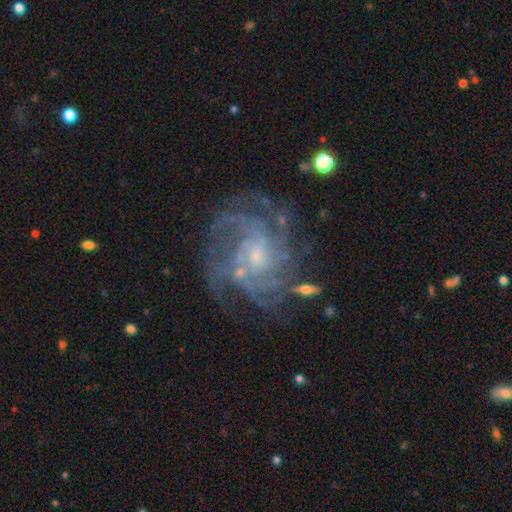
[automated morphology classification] Smooth or featured? featured or disk (86%)
Edge-on disk? no (98%)
Bar? no (56%)
Spiral arms? yes (96%)
Spiral winding? tight (55%)
Spiral arm count? 4 (28%)
Bulge size? small (68%)
Merging? none (70%)